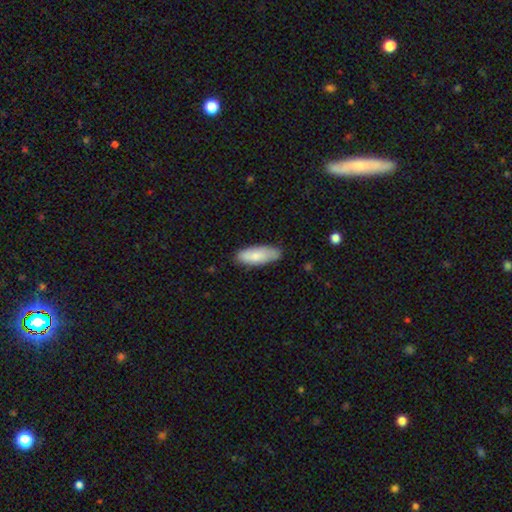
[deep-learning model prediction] Morphology: type=smooth (80%); roundness=in between (72%); merging=none (78%).